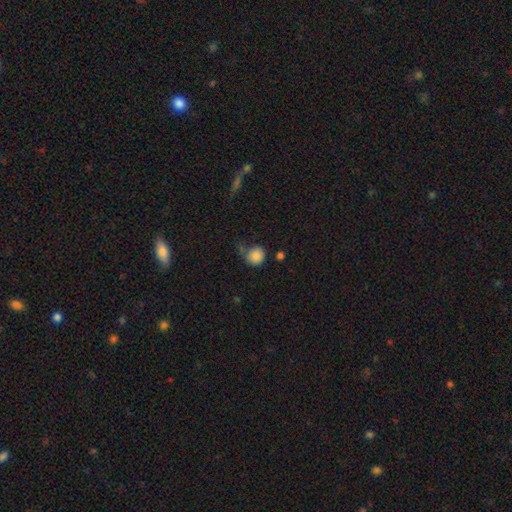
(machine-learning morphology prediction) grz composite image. It shows a smooth galaxy with no disk features (86%) that is round (89%). Merging: none (57%).